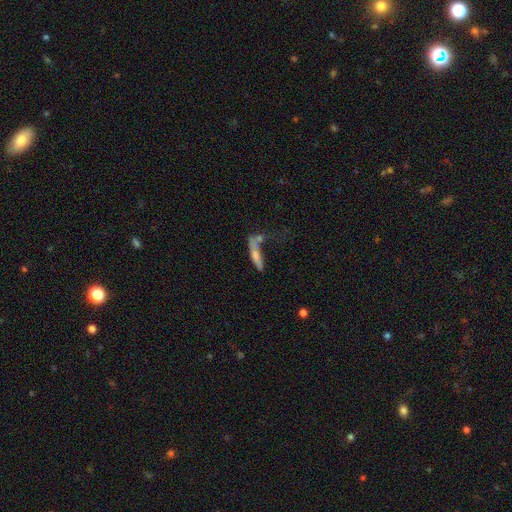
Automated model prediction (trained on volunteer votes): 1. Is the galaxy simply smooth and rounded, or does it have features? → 61% smooth, 30% featured or disk, 9% star or artifact.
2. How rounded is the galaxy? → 74% cigar-shaped, 23% in between, 3% round.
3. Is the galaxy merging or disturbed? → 32% merger, 30% none, 20% major disturbance, 17% minor disturbance.